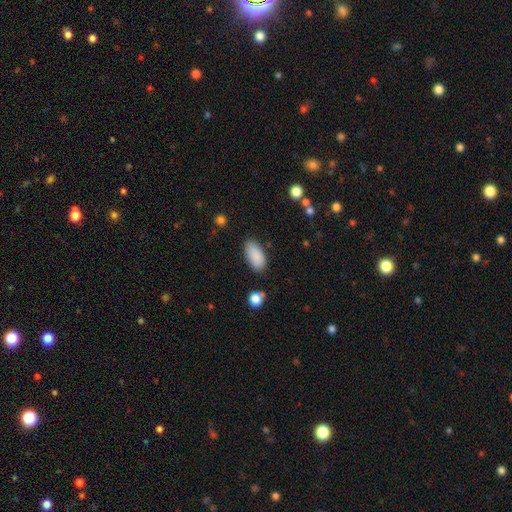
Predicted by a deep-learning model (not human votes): Smooth or featured: smooth — 88% (star or artifact — 7%)
How rounded: in between — 93% (cigar-shaped — 4%)
Merging: none — 81% (minor disturbance — 14%)